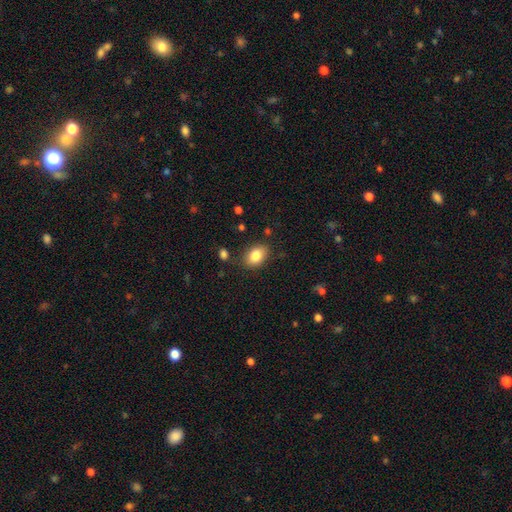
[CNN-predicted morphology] type=smooth (83%); roundness=in between (78%); merging=none (83%).